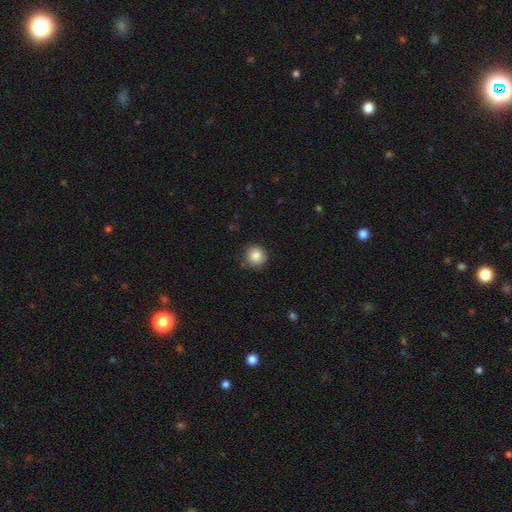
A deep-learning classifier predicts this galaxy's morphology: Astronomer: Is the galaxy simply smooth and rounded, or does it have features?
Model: smooth — 86%.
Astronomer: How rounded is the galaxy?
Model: round — 92%.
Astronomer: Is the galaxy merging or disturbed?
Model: none — 84%.